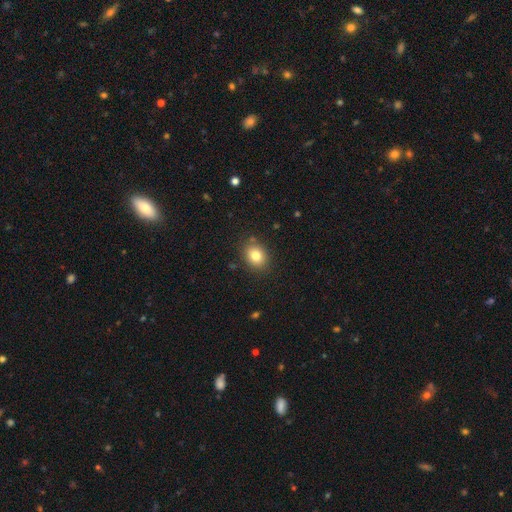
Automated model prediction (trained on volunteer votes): A smooth galaxy with no disk features (81%) that is in between round and cigar-shaped (50%). Merging: none (85%).